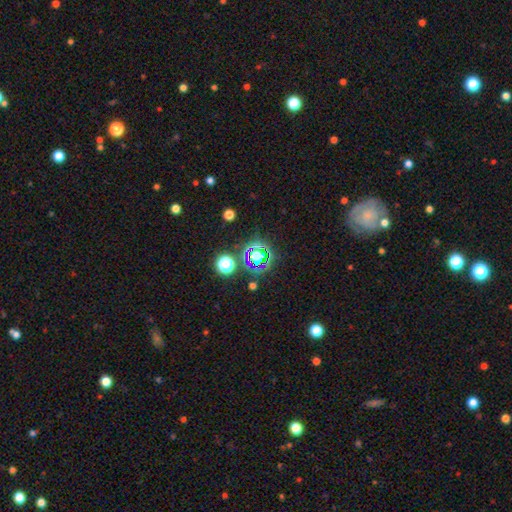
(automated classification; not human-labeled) This appears to be a star or artifact, not a galaxy (65%).